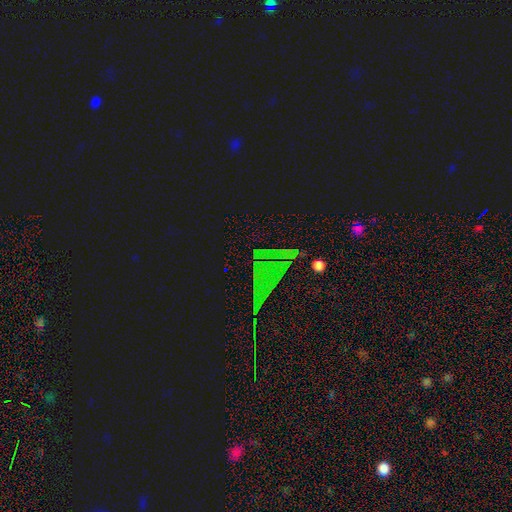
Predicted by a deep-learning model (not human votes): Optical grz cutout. It shows a star or artifact, not a galaxy (80%).